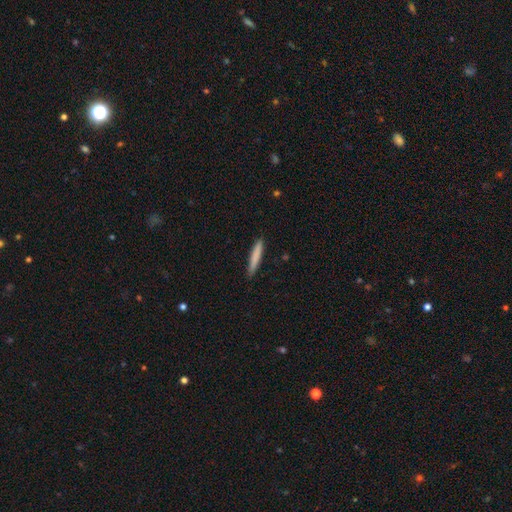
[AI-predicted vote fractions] smooth-or-featured: smooth: 81% | featured or disk: 14% | star or artifact: 6%
  how-rounded: cigar-shaped: 93% | in between: 5% | round: 1%
  merging: none: 87% | minor disturbance: 10% | major disturbance: 2% | merger: 1%